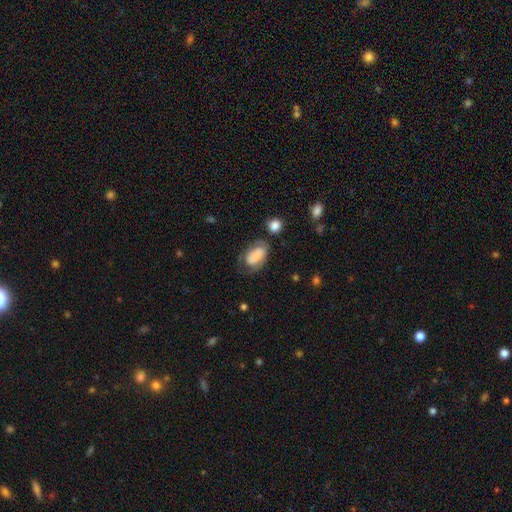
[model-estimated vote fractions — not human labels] Overall: smooth (65%; featured or disk 27%). How rounded: in between (91%). Merging: none (54%; minor disturbance 25%).